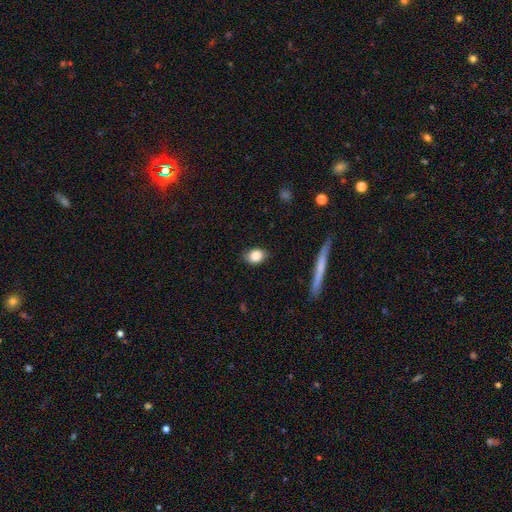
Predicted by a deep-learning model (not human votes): smooth 84%, star or artifact 8%, featured or disk 7%. Down the decision tree: how rounded — in between (62%); merging — none (84%).